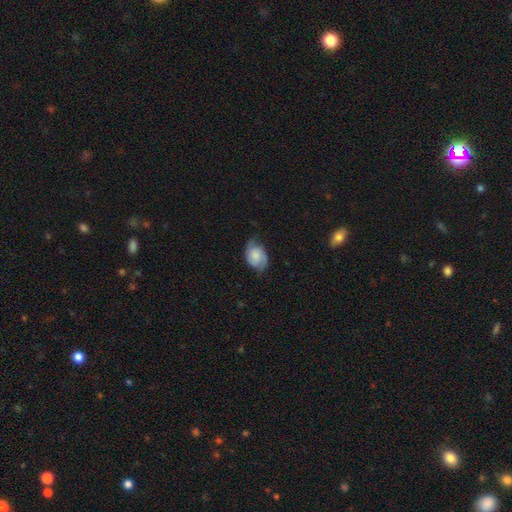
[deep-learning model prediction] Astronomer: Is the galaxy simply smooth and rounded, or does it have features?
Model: featured or disk — 51% (runner-up: smooth, 41%).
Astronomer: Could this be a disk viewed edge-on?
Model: no — 97%.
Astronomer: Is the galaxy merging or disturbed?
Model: none — 64%.